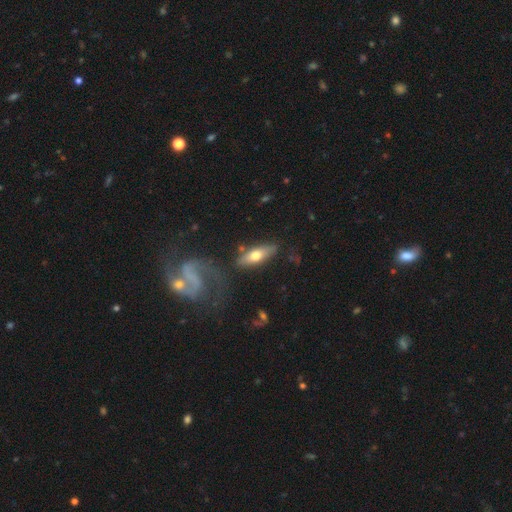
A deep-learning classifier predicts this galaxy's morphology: A smooth galaxy with no disk features (57%) that is in between round and cigar-shaped (57%). Merging: none (73%).